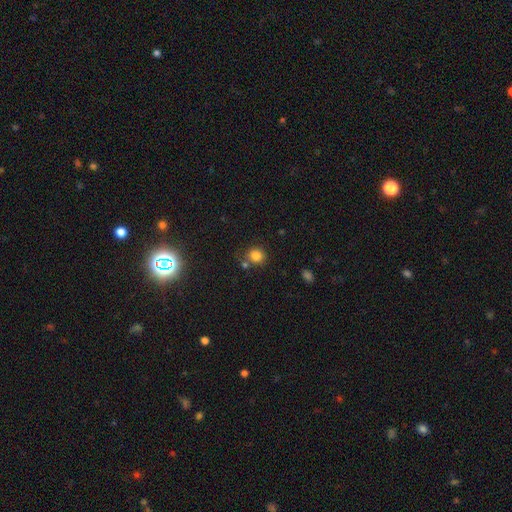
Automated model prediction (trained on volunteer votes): Smooth or featured? smooth (81%)
How rounded? round (81%)
Merging? none (68%)